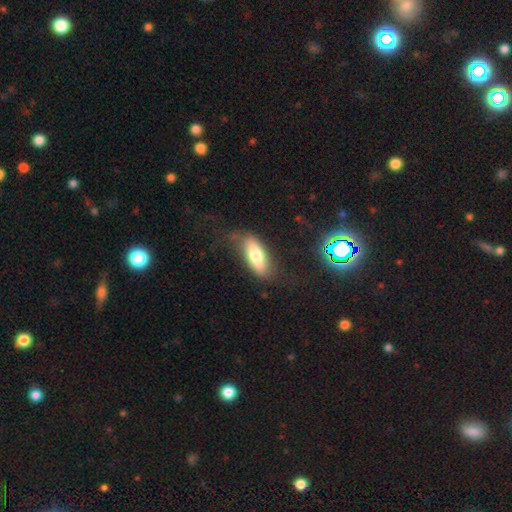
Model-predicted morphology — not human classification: Smooth or featured: smooth — 66% (featured or disk — 27%)
How rounded: in between — 67% (cigar-shaped — 30%)
Merging: none — 66% (minor disturbance — 21%)